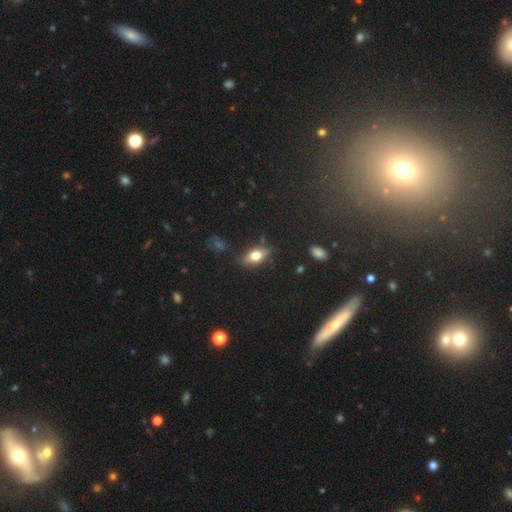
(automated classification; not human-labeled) Smooth or featured: smooth — 73% (featured or disk — 18%)
How rounded: in between — 84% (cigar-shaped — 9%)
Merging: none — 78% (minor disturbance — 15%)